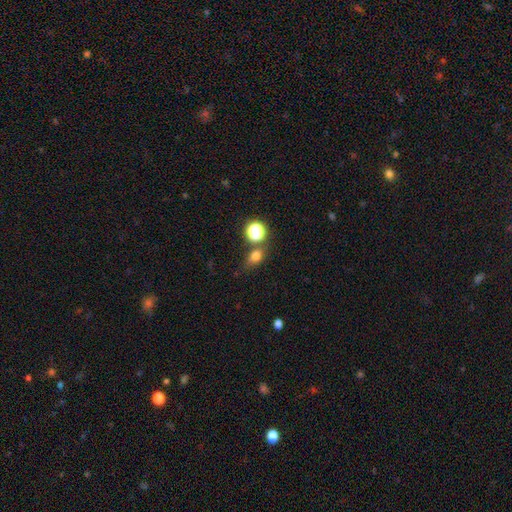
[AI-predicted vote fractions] Q: Smooth or featured?
A: smooth (72%); runner-up: star or artifact (19%)
Q: How rounded?
A: in between (52%); runner-up: round (45%)
Q: Merging?
A: none (64%); runner-up: minor disturbance (16%)